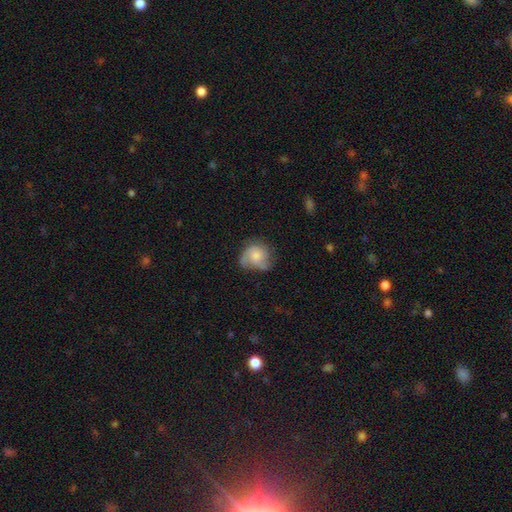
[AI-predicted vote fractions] A smooth galaxy with no disk features (53%) that is round (70%).

Vote fractions:
- Smooth or featured? smooth: 53% / featured or disk: 39% / star or artifact: 8%
- How rounded? round: 70% / in between: 28% / cigar-shaped: 1%
- Merging? none: 49% / minor disturbance: 31% / major disturbance: 17% / merger: 3%